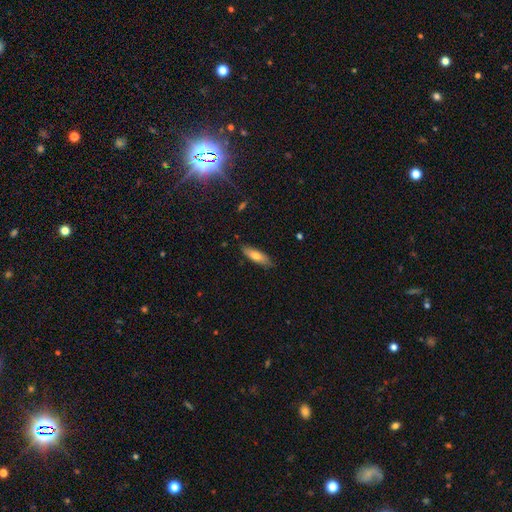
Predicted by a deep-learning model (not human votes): Morphology: type=smooth (72%); roundness=cigar-shaped (50%); merging=none (82%).